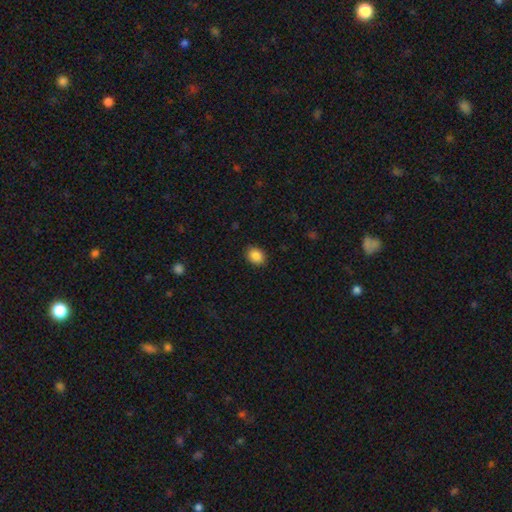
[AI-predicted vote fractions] smooth 88%, star or artifact 8%, featured or disk 4%. Down the decision tree: how rounded — in between (57%); merging — none (89%).